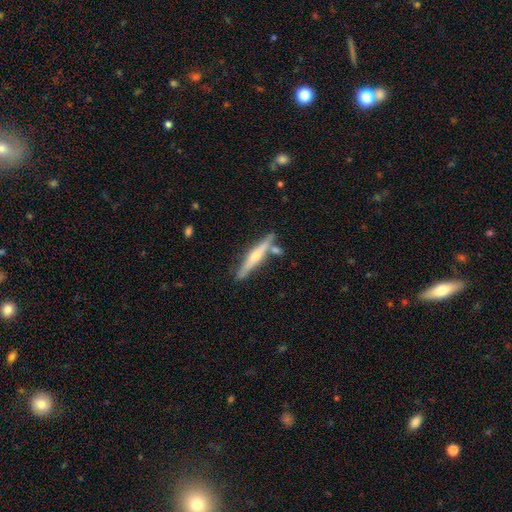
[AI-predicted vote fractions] This appears to be a featured or disk galaxy (69%) viewed edge-on (96%) with a rounded central bulge (89%). Merging: none (78%).